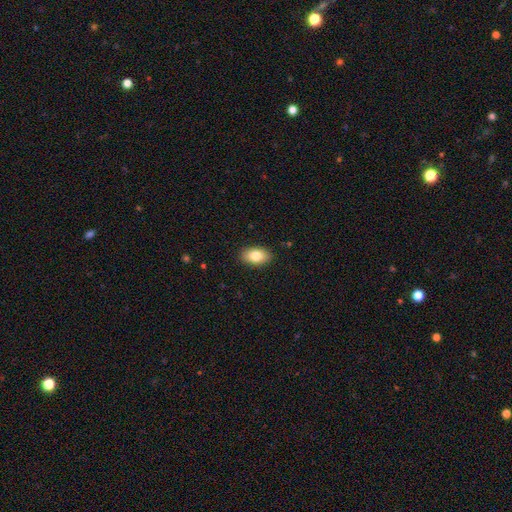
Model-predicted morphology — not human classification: A smooth galaxy with no disk features (82%) that is in between round and cigar-shaped (91%).

Vote fractions:
- Smooth or featured? smooth: 82% / featured or disk: 10% / star or artifact: 7%
- How rounded? in between: 91% / round: 7% / cigar-shaped: 2%
- Merging? none: 89% / minor disturbance: 9% / major disturbance: 2% / merger: 1%